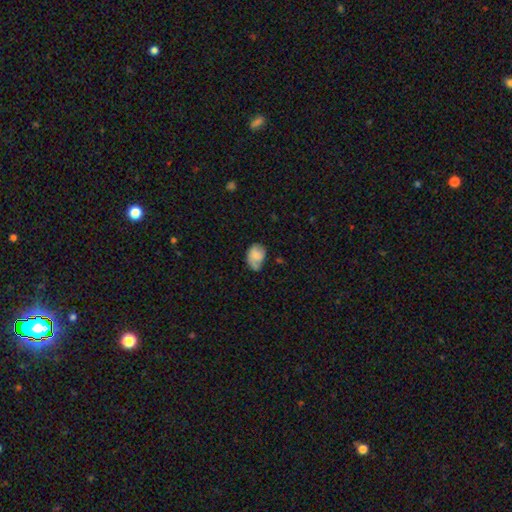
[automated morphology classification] Smooth or featured? smooth (70%)
How rounded? in between (73%)
Merging? none (43%)